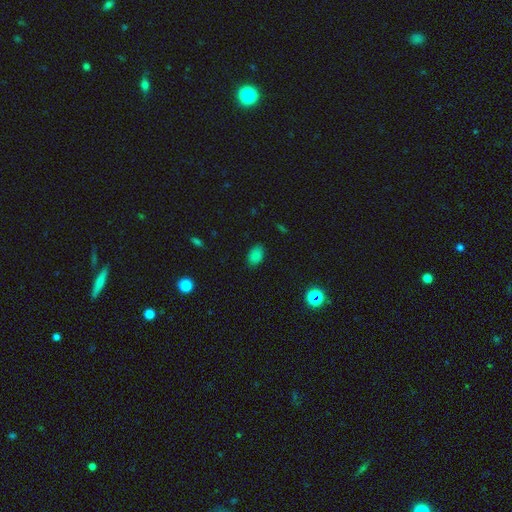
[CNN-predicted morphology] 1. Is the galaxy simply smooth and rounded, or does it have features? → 81% smooth, 15% star or artifact, 4% featured or disk.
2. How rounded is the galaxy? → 86% in between, 13% round, 1% cigar-shaped.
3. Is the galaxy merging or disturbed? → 82% none, 13% minor disturbance, 3% major disturbance, 1% merger.